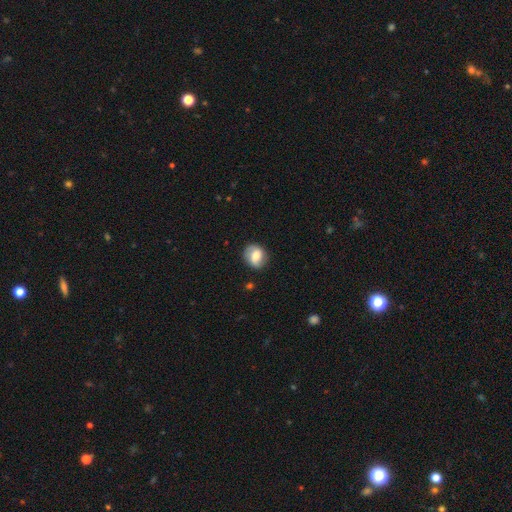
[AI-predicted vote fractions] Overall: smooth (53%; featured or disk 39%). How rounded: round (70%). Merging: none (81%).